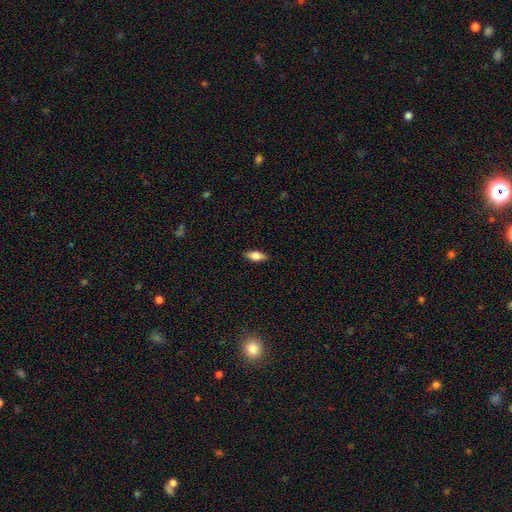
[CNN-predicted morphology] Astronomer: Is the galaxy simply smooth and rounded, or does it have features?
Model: smooth — 69%.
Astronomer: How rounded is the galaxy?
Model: in between — 77%.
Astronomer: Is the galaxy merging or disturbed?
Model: none — 88%.